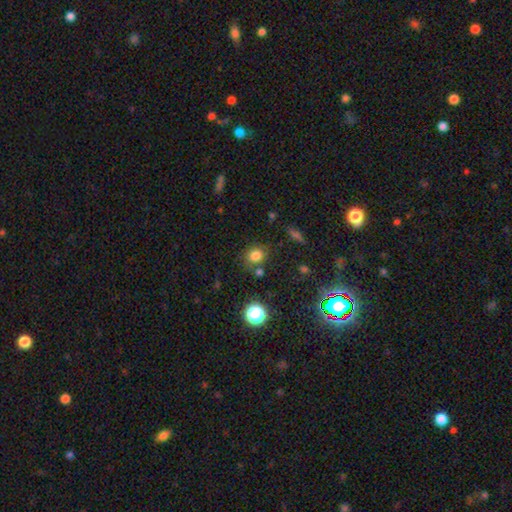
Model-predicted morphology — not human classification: A smooth galaxy with no disk features (78%) that is round (71%). Merging: none (74%).